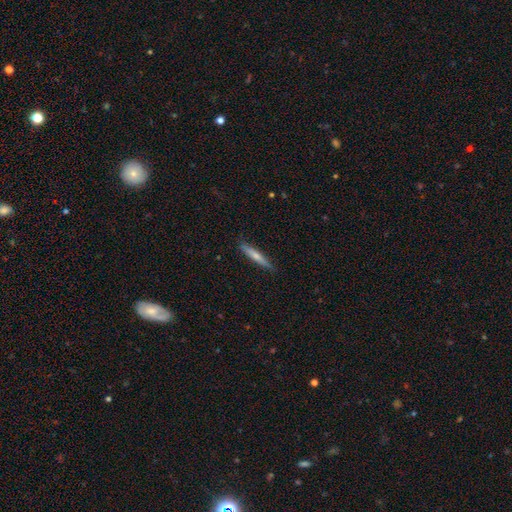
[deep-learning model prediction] This appears to be a smooth galaxy with no disk features (57%) that is cigar-shaped (93%). Merging: none (88%).